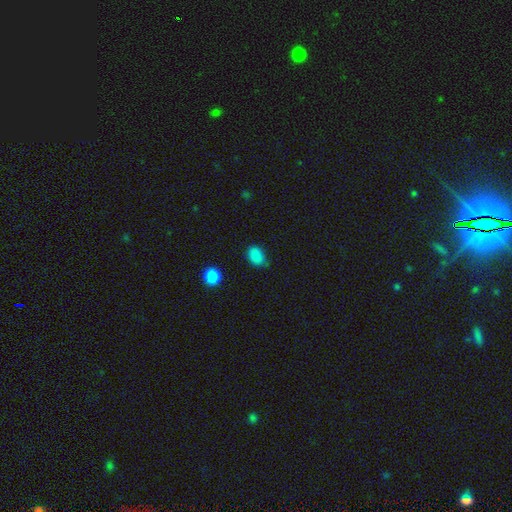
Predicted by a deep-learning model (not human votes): Smooth or featured? Predicted: smooth (p=0.85). How rounded? Predicted: in between (p=0.75). Merging? Predicted: none (p=0.71).